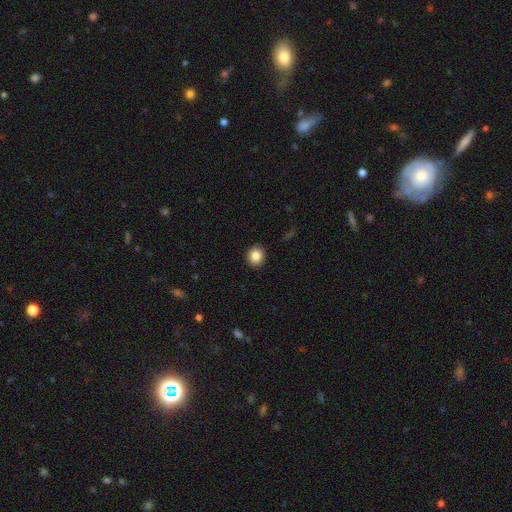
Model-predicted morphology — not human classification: Smooth or featured: smooth — 85% (star or artifact — 9%)
How rounded: round — 86% (in between — 14%)
Merging: none — 92% (minor disturbance — 5%)